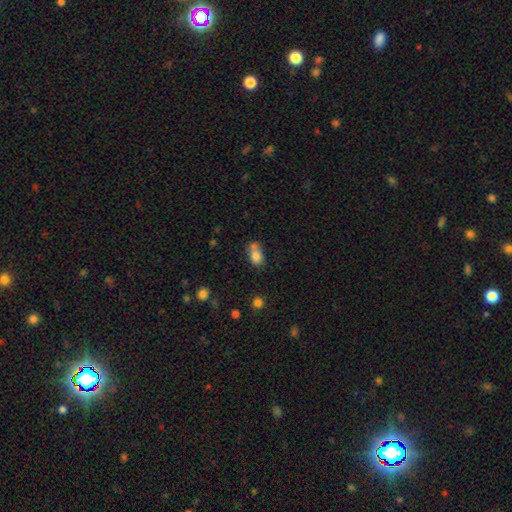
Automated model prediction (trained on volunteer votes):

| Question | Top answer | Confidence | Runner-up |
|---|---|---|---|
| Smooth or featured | smooth | 79% | star or artifact (11%) |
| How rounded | in between | 73% | round (25%) |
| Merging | merger | 44% | none (36%) |